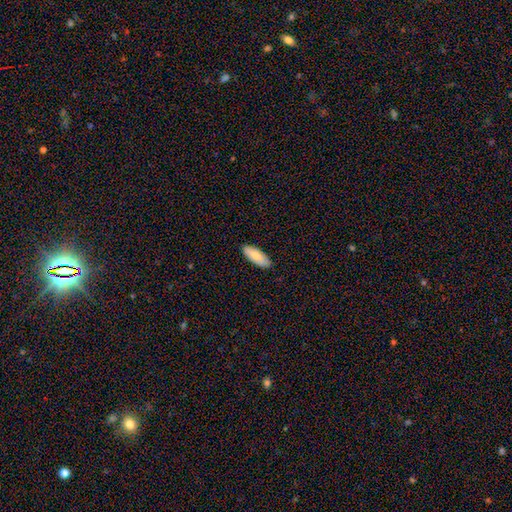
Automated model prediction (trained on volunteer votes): Morphology: type=smooth (78%); roundness=in between (73%); merging=none (89%).